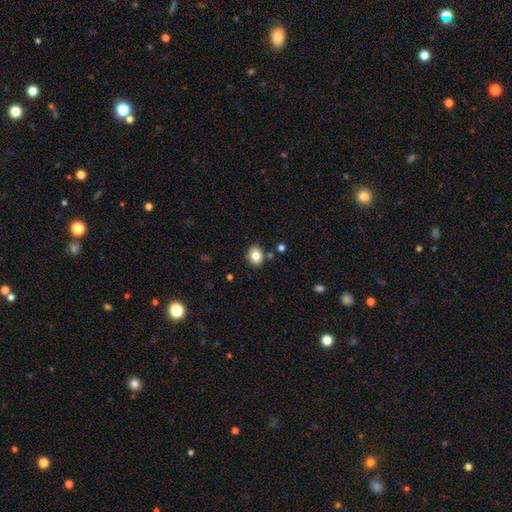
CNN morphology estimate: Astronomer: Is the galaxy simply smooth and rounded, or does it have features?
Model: smooth — 82%.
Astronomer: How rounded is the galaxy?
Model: round — 62% (runner-up: in between, 38%).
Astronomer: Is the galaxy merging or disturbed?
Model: none — 84%.